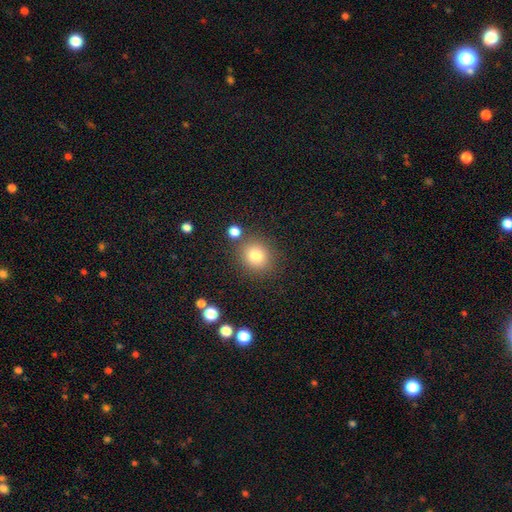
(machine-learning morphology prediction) Smooth or featured: smooth — 80% (star or artifact — 12%)
How rounded: round — 83% (in between — 16%)
Merging: none — 81% (minor disturbance — 9%)